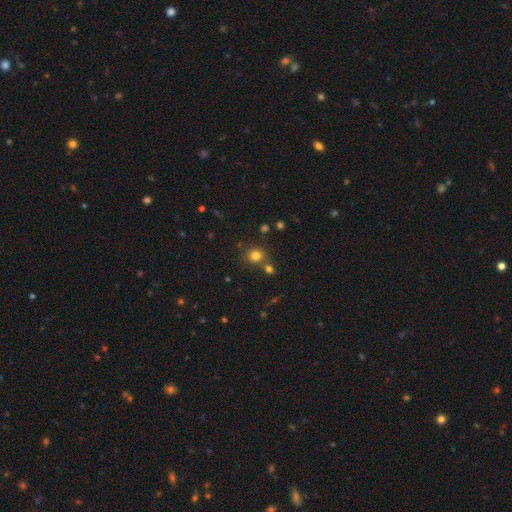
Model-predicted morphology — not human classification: Smooth or featured? smooth (78%)
How rounded? round (85%)
Merging? none (72%)